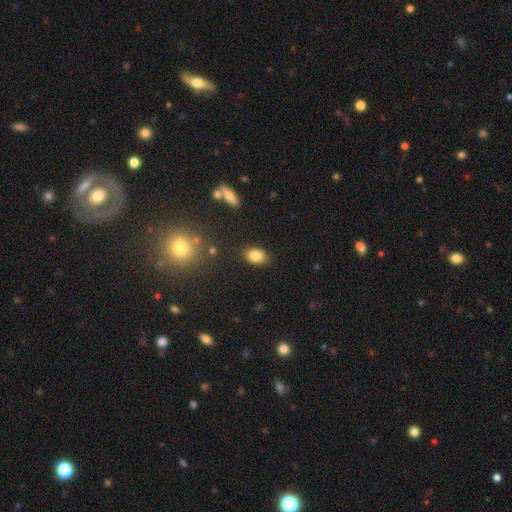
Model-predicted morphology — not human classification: A smooth galaxy with no disk features (84%) that is in between round and cigar-shaped (85%).

Vote fractions:
- Smooth or featured? smooth: 84% / star or artifact: 9% / featured or disk: 7%
- How rounded? in between: 85% / round: 13% / cigar-shaped: 2%
- Merging? none: 85% / minor disturbance: 10% / major disturbance: 3% / merger: 2%